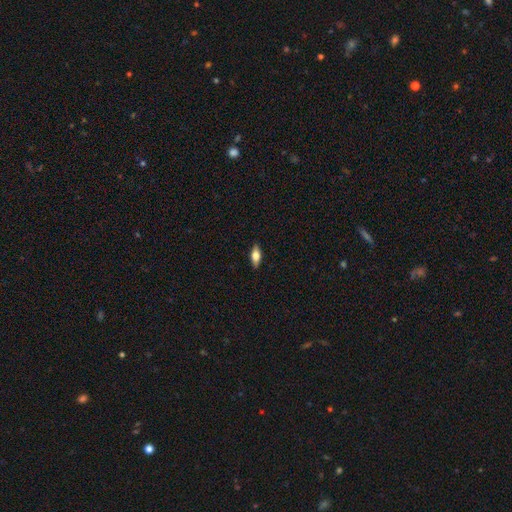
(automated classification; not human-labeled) This appears to be a smooth galaxy with no disk features (64%) that is in between round and cigar-shaped (77%). Merging: none (88%).